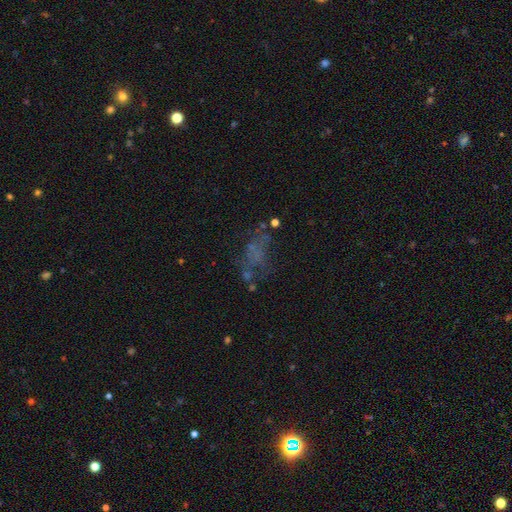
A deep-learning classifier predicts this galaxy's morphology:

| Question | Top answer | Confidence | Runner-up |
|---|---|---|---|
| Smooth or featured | featured or disk | 39% | smooth (33%) |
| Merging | none | 46% | major disturbance (27%) |